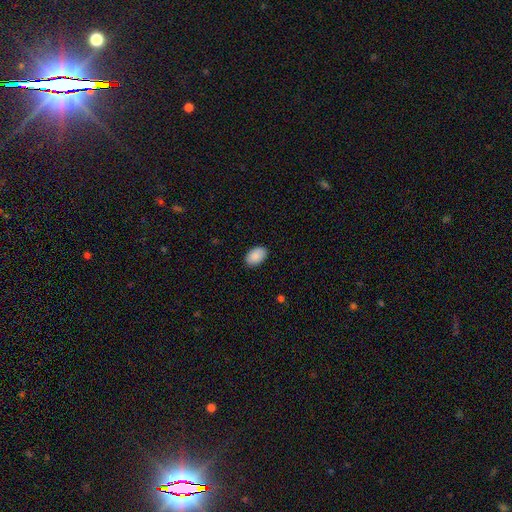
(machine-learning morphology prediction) A smooth galaxy with no disk features (90%) that is in between round and cigar-shaped (91%).

Vote fractions:
- Smooth or featured? smooth: 90% / star or artifact: 6% / featured or disk: 3%
- How rounded? in between: 91% / round: 8% / cigar-shaped: 1%
- Merging? none: 88% / minor disturbance: 9% / major disturbance: 2% / merger: 1%